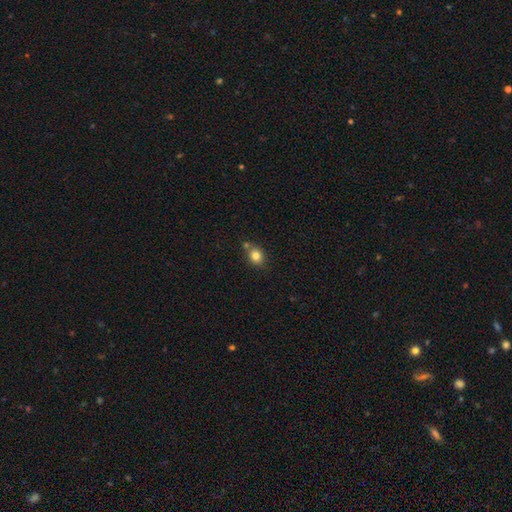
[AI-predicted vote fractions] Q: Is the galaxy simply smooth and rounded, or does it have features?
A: smooth — 81%.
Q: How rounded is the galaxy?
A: round — 64%.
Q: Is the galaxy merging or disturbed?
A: none — 64%.